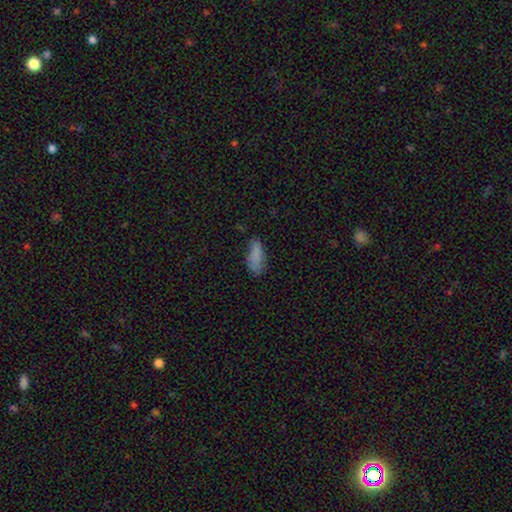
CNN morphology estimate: Overall: smooth (83%). How rounded: in between (73%). Merging: none (62%; minor disturbance 28%).